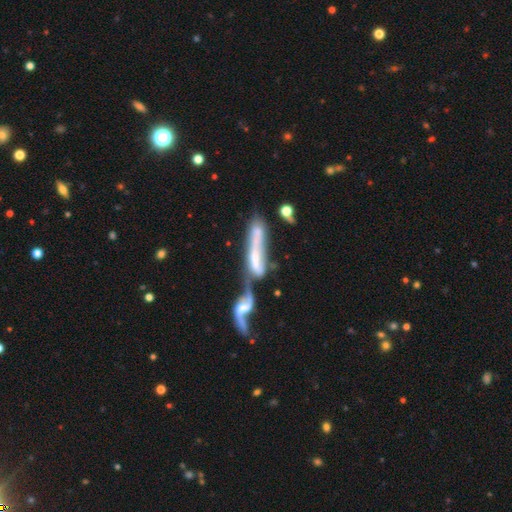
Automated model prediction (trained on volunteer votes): This appears to be a featured or disk galaxy (64%). Merging: merger (70%).